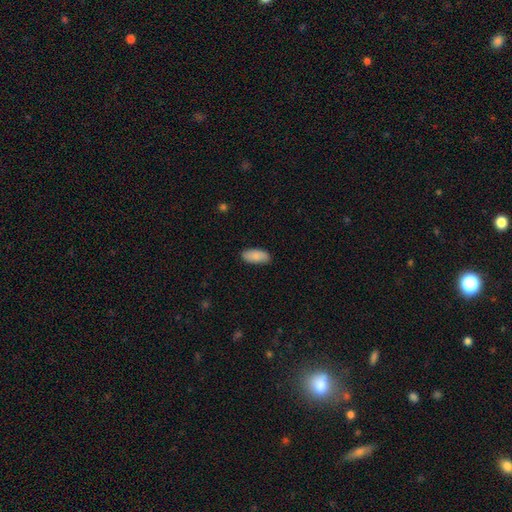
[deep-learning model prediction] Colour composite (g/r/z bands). It shows a smooth galaxy with no disk features (86%) that is in between round and cigar-shaped (91%). Merging: none (85%).